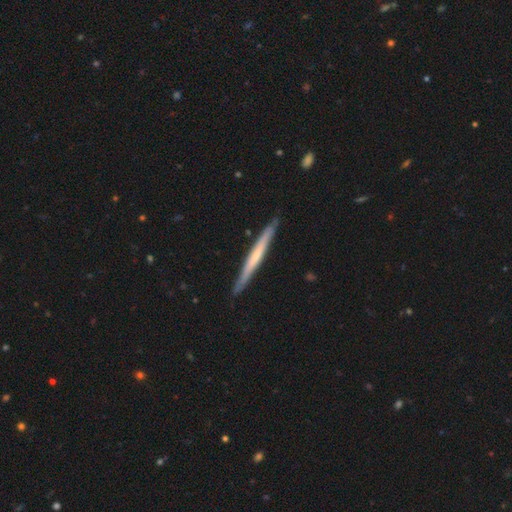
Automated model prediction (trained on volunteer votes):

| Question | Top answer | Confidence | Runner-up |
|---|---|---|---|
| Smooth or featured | featured or disk | 56% | smooth (39%) |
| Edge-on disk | yes | 96% | no (4%) |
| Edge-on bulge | none | 67% | rounded (25%) |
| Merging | none | 89% | minor disturbance (8%) |